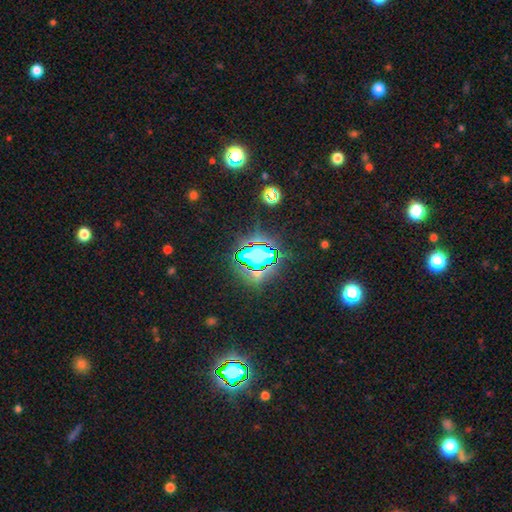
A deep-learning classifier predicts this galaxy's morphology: star or artifact 69%, smooth 21%, featured or disk 11%.